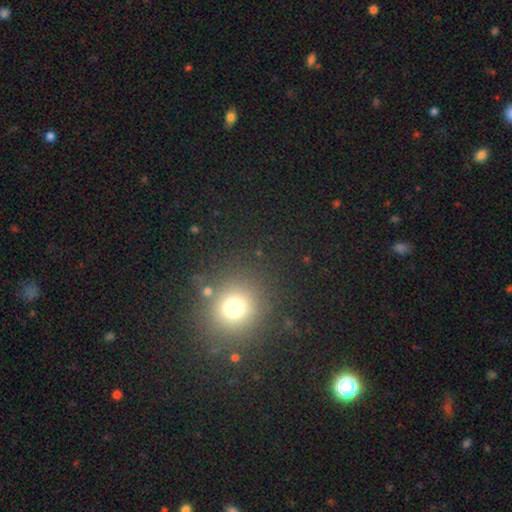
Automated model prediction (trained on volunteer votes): Smooth or featured? Predicted: smooth (p=0.61). How rounded? Predicted: round (p=0.88). Merging? Predicted: none (p=0.88).